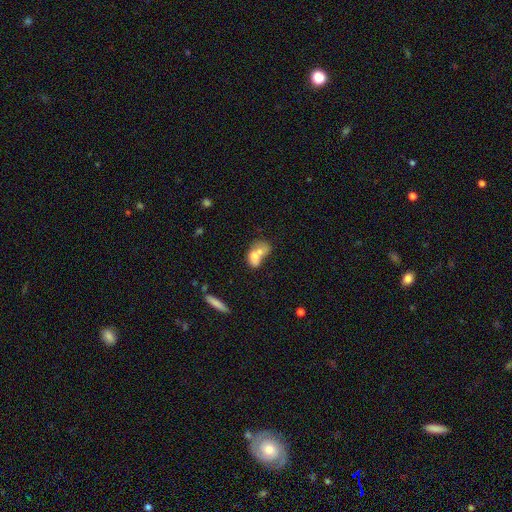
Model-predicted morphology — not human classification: The model was most divided on "smooth or featured": smooth: 66%, featured or disk: 25%, star or artifact: 9%. More confident: how rounded — in between (77%); merging — merger (68%).